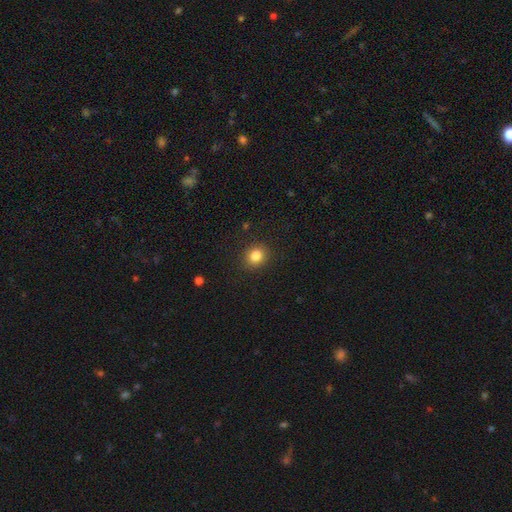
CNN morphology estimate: smooth-or-featured: smooth: 83% | star or artifact: 11% | featured or disk: 5%
  how-rounded: round: 74% | in between: 25% | cigar-shaped: 1%
  merging: none: 89% | minor disturbance: 8% | major disturbance: 3% | merger: 1%